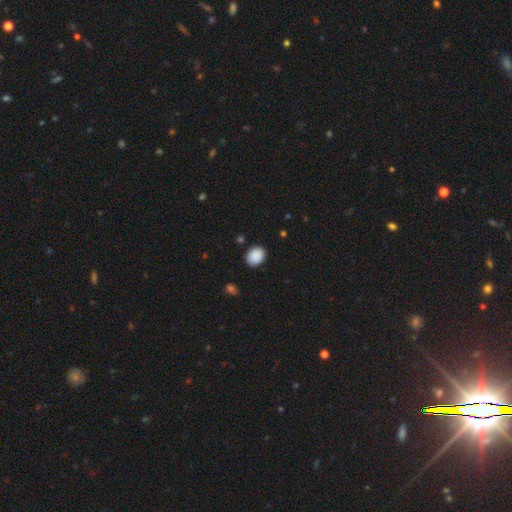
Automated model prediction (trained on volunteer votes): smooth 89%, star or artifact 8%, featured or disk 3%. Down the decision tree: how rounded — round (52%); merging — none (87%).